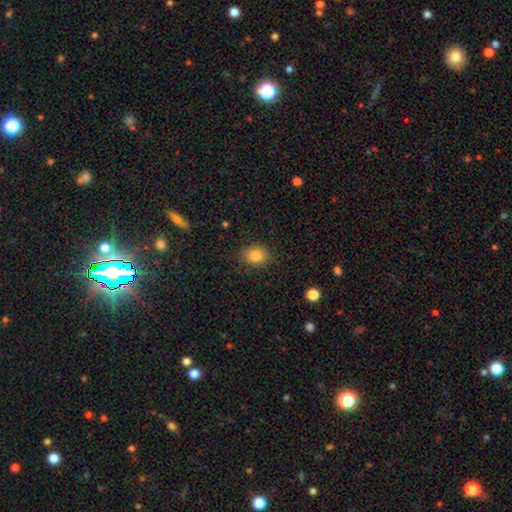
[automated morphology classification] smooth_or_featured: smooth (p=0.82) [alt: star or artifact p=0.10]
how_rounded: in between (p=0.54) [alt: round p=0.45]
merging: none (p=0.85) [alt: minor disturbance p=0.11]